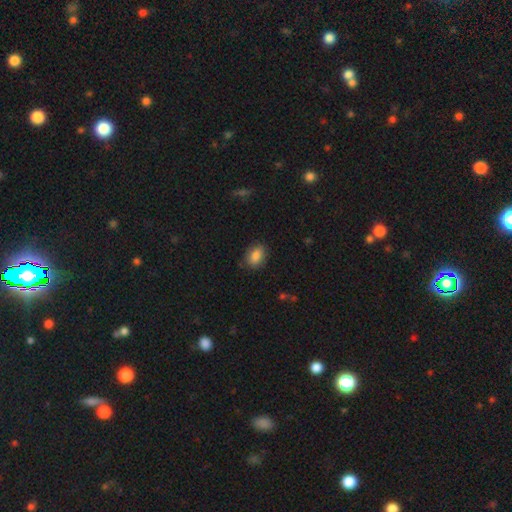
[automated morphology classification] smooth_or_featured: smooth (p=0.86) [alt: star or artifact p=0.08]
how_rounded: in between (p=0.82) [alt: round p=0.17]
merging: none (p=0.83) [alt: minor disturbance p=0.13]